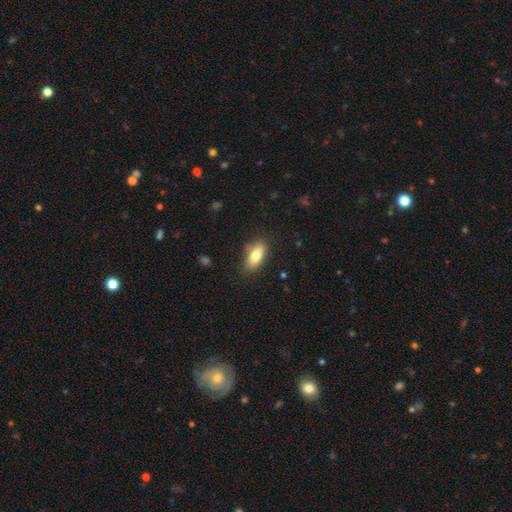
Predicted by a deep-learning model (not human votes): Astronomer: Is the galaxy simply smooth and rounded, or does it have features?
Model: smooth — 77%.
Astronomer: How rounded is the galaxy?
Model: in between — 84%.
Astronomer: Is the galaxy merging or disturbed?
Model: none — 78%.